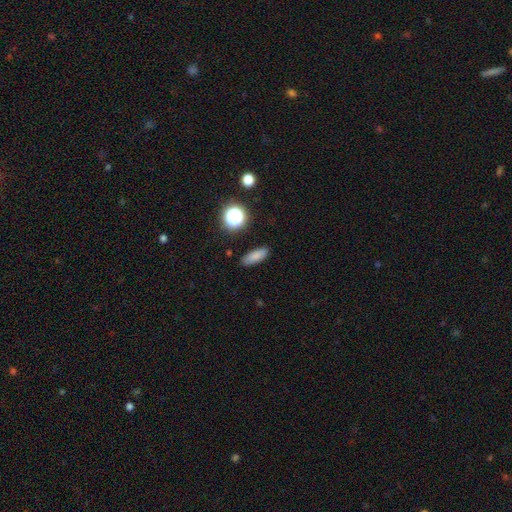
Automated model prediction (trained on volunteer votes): Q: Smooth or featured?
A: smooth (81%); runner-up: star or artifact (12%)
Q: How rounded?
A: in between (64%); runner-up: cigar-shaped (30%)
Q: Merging?
A: none (86%); runner-up: minor disturbance (9%)